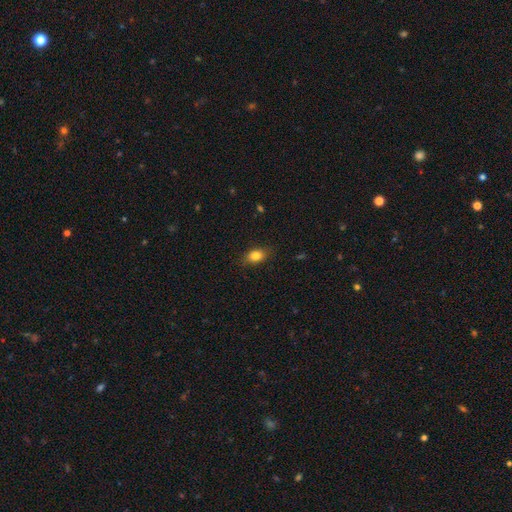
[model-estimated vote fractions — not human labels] Smooth or featured? smooth (82%)
How rounded? in between (79%)
Merging? none (84%)